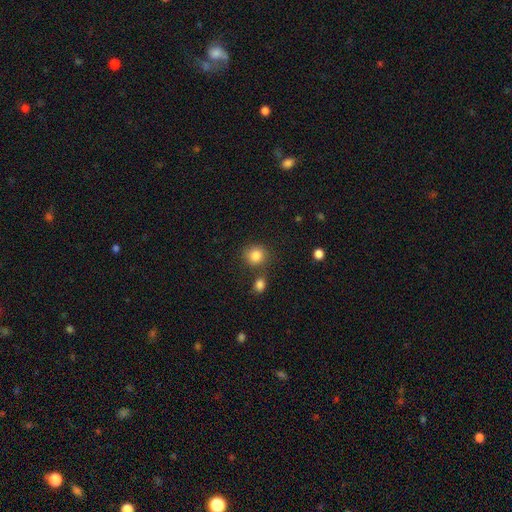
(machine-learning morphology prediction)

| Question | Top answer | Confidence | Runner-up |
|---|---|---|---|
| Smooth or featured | smooth | 85% | star or artifact (10%) |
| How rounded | round | 85% | in between (14%) |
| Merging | none | 73% | merger (12%) |